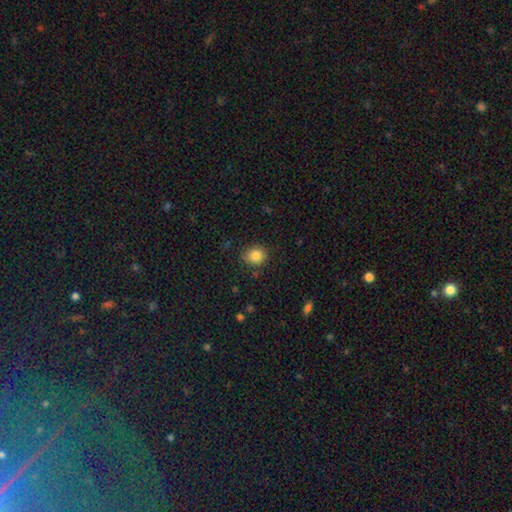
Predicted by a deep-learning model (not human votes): This is clearly a smooth galaxy (84%). How rounded: likely round (78%). Merging: likely none (78%).